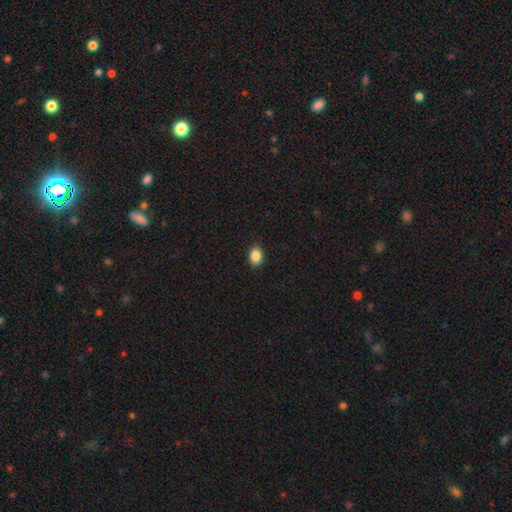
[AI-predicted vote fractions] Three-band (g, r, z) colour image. It shows a smooth galaxy with no disk features (88%) that is in between round and cigar-shaped (74%). Merging: none (90%).